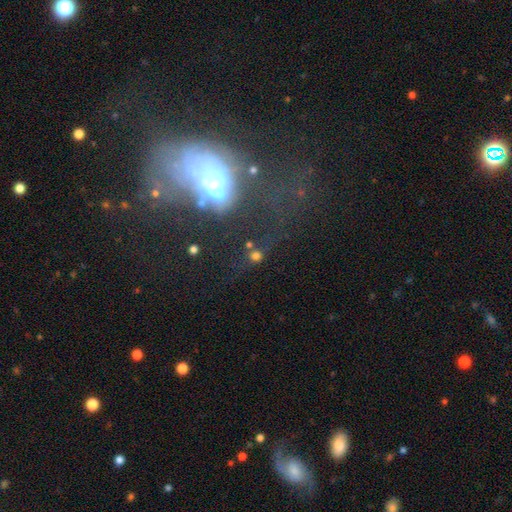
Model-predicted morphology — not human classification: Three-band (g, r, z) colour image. It shows a smooth galaxy with no disk features (65%) that is round (87%). Merging: none (66%).